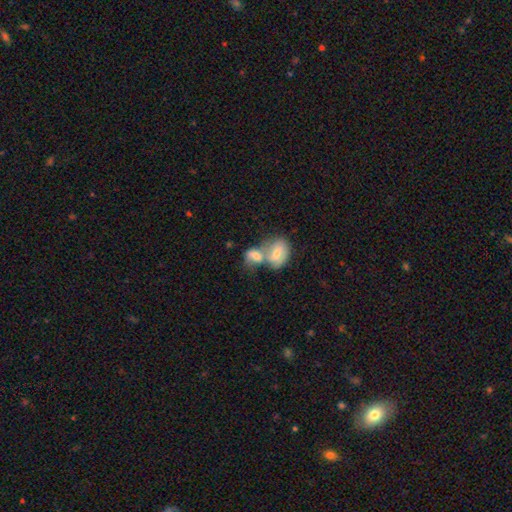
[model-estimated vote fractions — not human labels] Overall: smooth (63%; featured or disk 29%). How rounded: in between (73%). Merging: merger (74%).